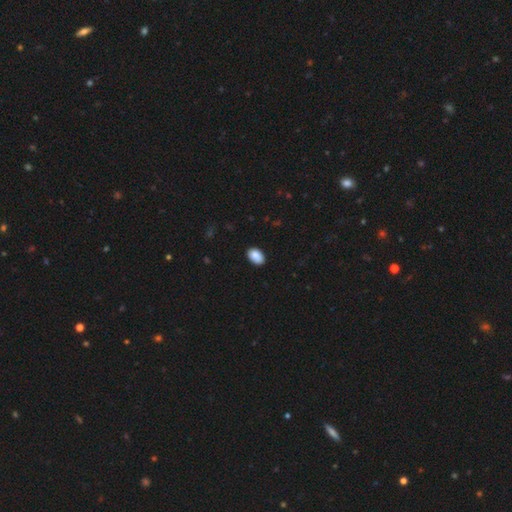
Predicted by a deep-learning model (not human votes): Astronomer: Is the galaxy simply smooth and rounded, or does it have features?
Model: smooth — 88%.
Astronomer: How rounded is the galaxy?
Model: in between — 88%.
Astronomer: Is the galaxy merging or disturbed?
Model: none — 88%.